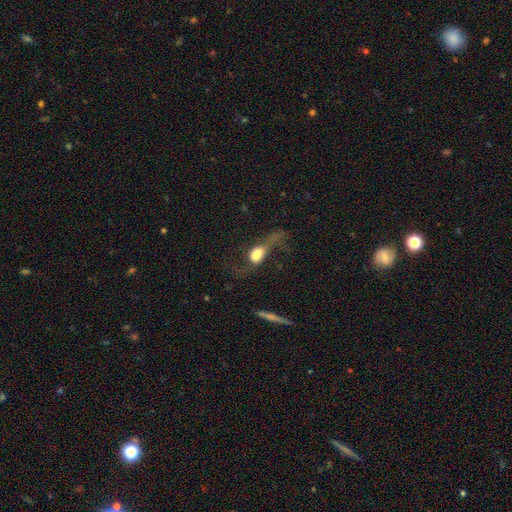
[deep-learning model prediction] The model was most divided on "smooth or featured": featured or disk: 45%, smooth: 44%, star or artifact: 11%. Remaining: merging — major disturbance (48%).